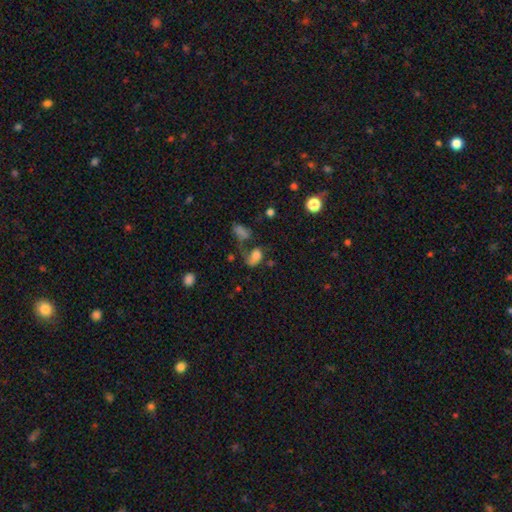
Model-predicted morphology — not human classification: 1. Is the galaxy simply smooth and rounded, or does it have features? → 62% smooth, 22% featured or disk, 16% star or artifact.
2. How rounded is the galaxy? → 81% in between, 16% round, 3% cigar-shaped.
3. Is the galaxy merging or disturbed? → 30% merger, 29% major disturbance, 26% none, 15% minor disturbance.